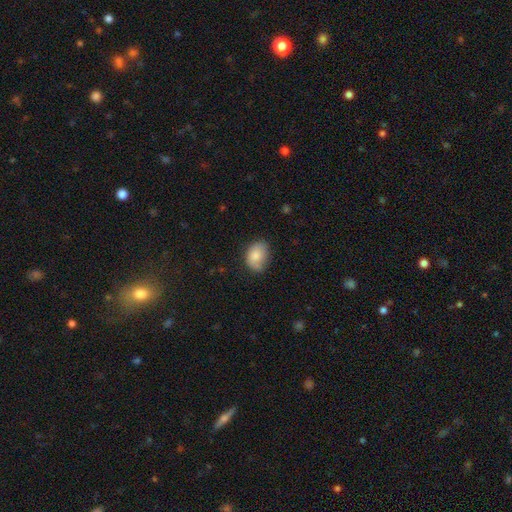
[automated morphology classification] A smooth galaxy with no disk features (83%) that is in between round and cigar-shaped (76%). Merging: none (62%).